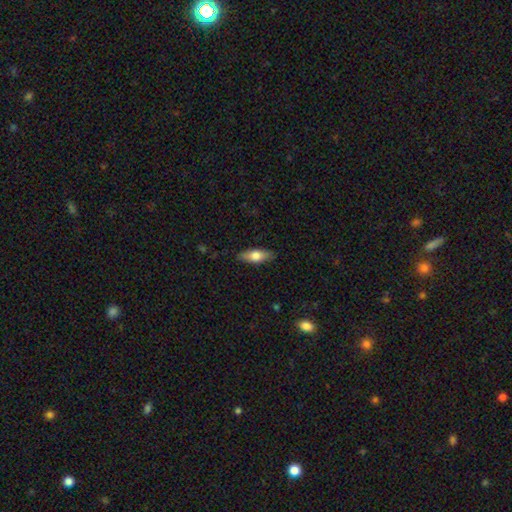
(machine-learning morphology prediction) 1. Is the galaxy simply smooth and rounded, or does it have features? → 67% smooth, 27% featured or disk, 6% star or artifact.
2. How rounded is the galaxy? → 71% in between, 26% cigar-shaped, 3% round.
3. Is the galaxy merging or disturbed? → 86% none, 11% minor disturbance, 2% major disturbance, 1% merger.